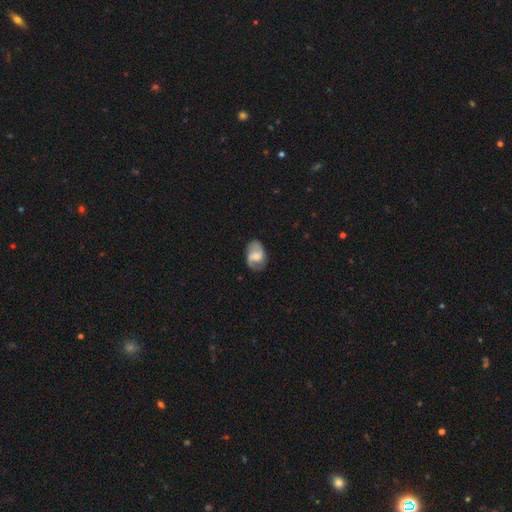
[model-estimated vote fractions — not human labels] Morphology: type=featured or disk (56%); edge-on=no (97%); bar=weak (46%); spiral arms=yes (85%); bulge=moderate (47%); merging=none (68%).